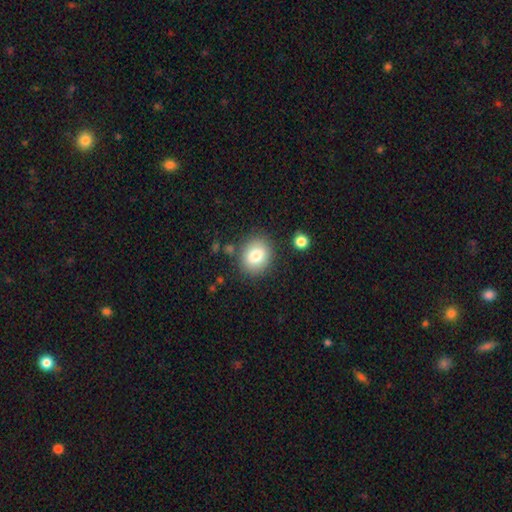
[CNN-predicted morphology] Smooth or featured? Predicted: smooth (p=0.79). How rounded? Predicted: round (p=0.63). Merging? Predicted: none (p=0.82).